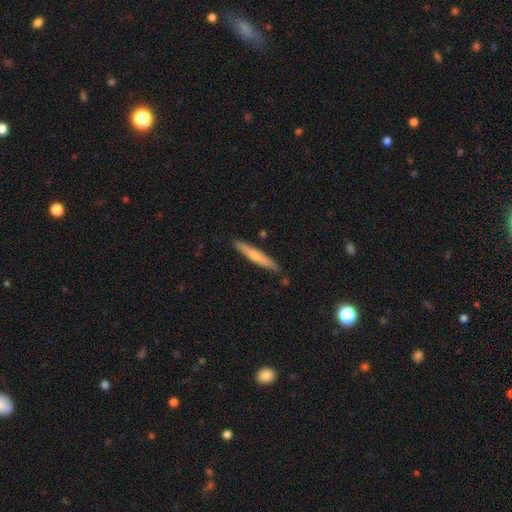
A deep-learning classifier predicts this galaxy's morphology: smooth-or-featured: smooth: 64% | featured or disk: 31% | star or artifact: 5%
  how-rounded: cigar-shaped: 94% | in between: 5% | round: 1%
  merging: none: 87% | minor disturbance: 10% | merger: 2% | major disturbance: 2%